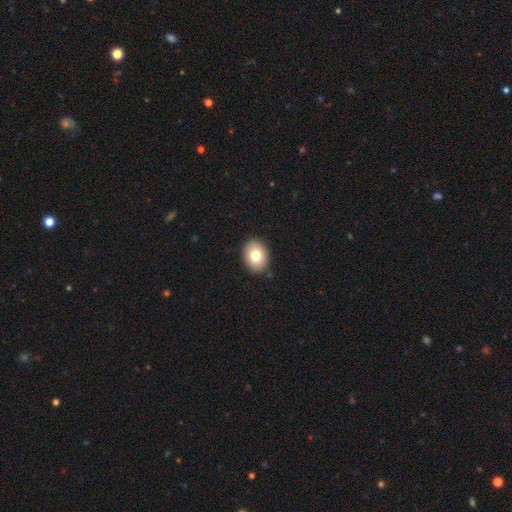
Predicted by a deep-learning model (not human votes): Smooth or featured? smooth (78%)
How rounded? in between (57%)
Merging? none (90%)